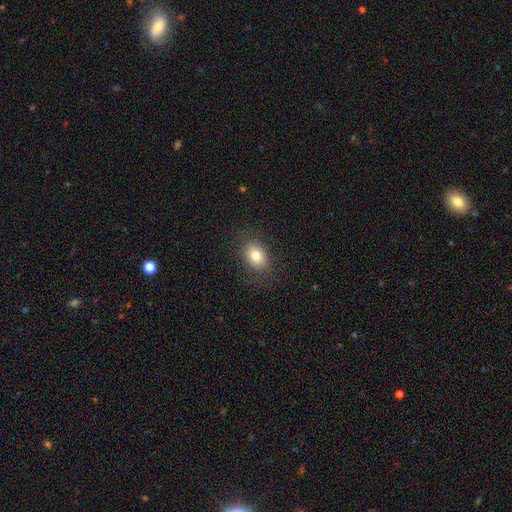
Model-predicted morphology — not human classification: smooth-or-featured: smooth: 80% | featured or disk: 10% | star or artifact: 10%
  how-rounded: in between: 76% | round: 23% | cigar-shaped: 1%
  merging: none: 84% | minor disturbance: 11% | major disturbance: 4% | merger: 1%